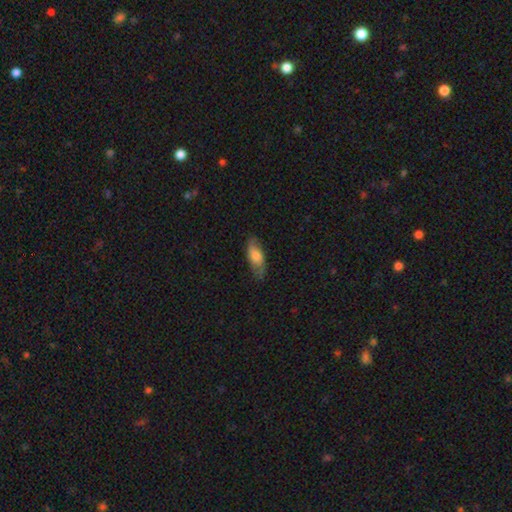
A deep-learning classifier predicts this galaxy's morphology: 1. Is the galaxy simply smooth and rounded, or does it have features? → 65% smooth, 28% featured or disk, 7% star or artifact.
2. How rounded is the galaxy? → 77% in between, 20% cigar-shaped, 3% round.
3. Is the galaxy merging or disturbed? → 69% none, 23% minor disturbance, 7% major disturbance, 1% merger.